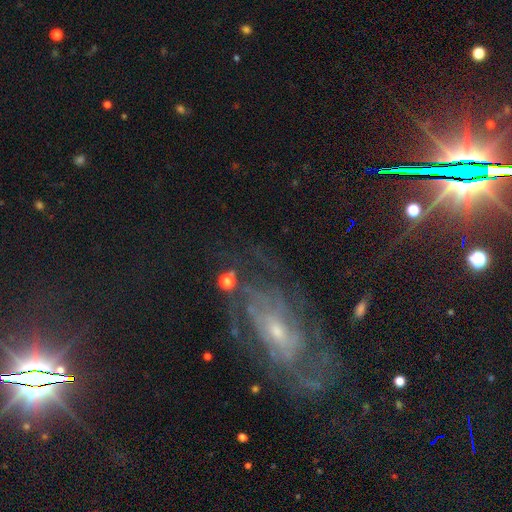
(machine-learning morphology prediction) Smooth or featured? featured or disk (69%)
Edge-on disk? no (90%)
Bar? no (53%)
Spiral arms? yes (89%)
Spiral winding? tight (61%)
Spiral arm count? can't tell (50%)
Bulge size? small (69%)
Merging? none (70%)